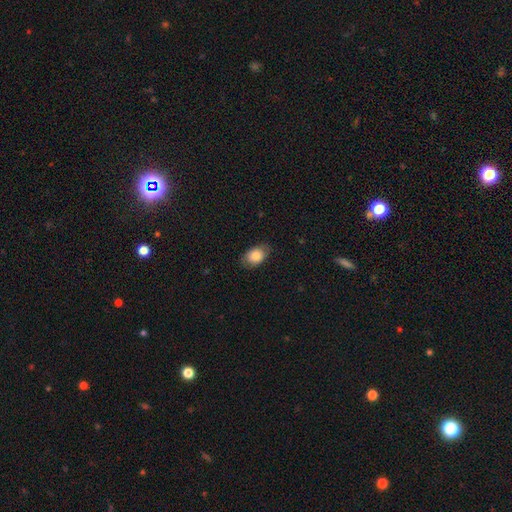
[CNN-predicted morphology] Smooth or featured: smooth — 83% (featured or disk — 10%)
How rounded: in between — 84% (round — 15%)
Merging: none — 81% (minor disturbance — 15%)